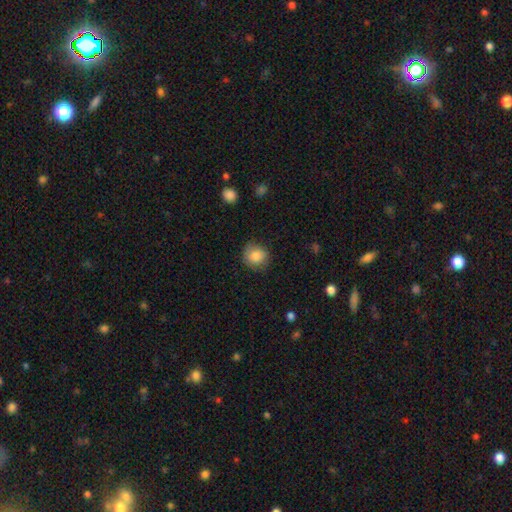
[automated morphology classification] Overall: smooth (84%). How rounded: round (85%). Merging: none (80%).